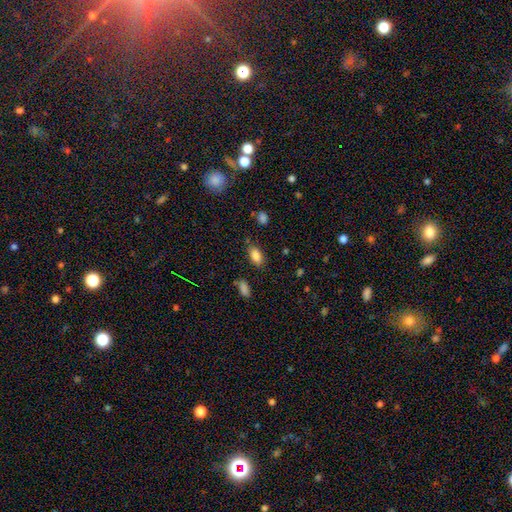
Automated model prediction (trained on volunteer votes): Smooth or featured? Predicted: smooth (p=0.84). How rounded? Predicted: in between (p=0.90). Merging? Predicted: none (p=0.78).